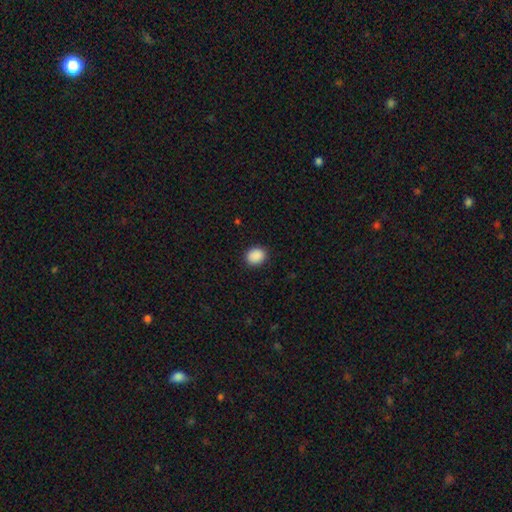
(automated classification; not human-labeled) This appears to be a smooth galaxy with no disk features (90%) that is round (61%). Merging: none (90%).